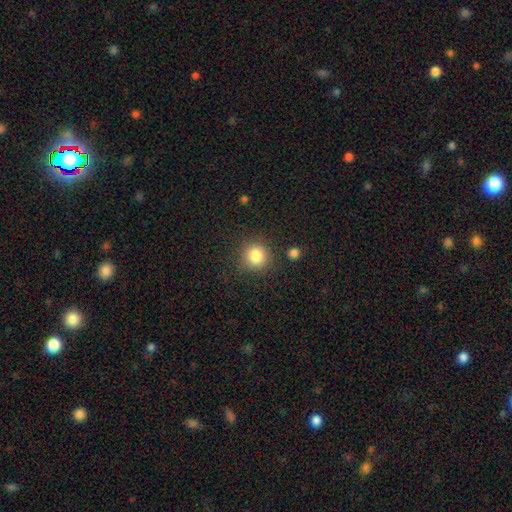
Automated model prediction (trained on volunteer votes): Morphology: type=smooth (84%); roundness=round (92%); merging=none (86%).